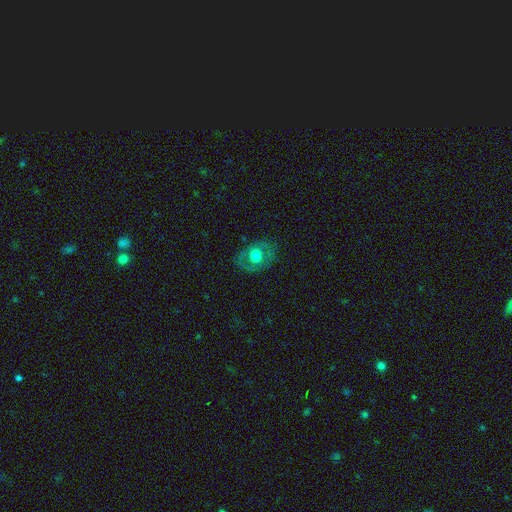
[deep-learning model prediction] The model was most divided on "smooth or featured": smooth: 47%, featured or disk: 45%, star or artifact: 8%. More confident: merging — none (78%).